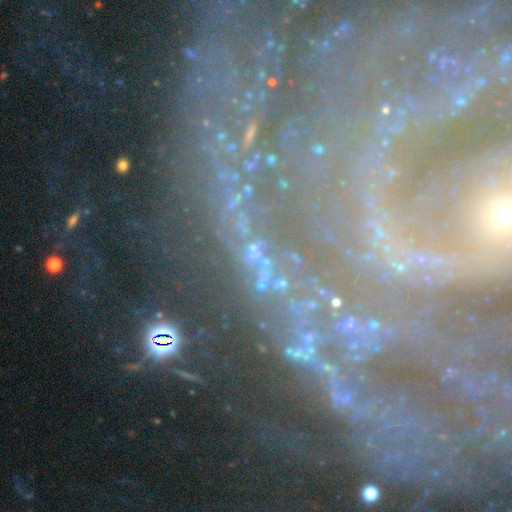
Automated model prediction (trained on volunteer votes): The model was most divided on "smooth or featured": star or artifact: 60%, featured or disk: 25%, smooth: 15%.